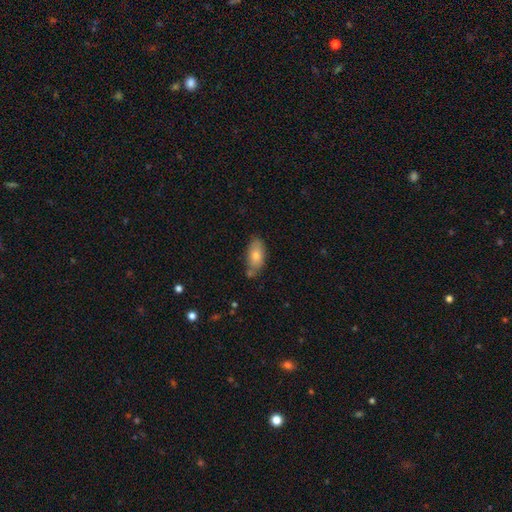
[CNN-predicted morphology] This is likely a smooth galaxy (75%). How rounded: clearly in between (89%). Merging: likely none (68%).